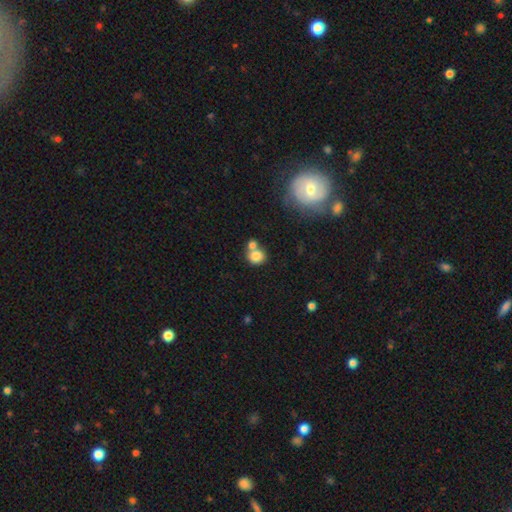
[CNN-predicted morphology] This is clearly a smooth galaxy (81%). How rounded: likely round (71%). Merging: possibly merger (47%).